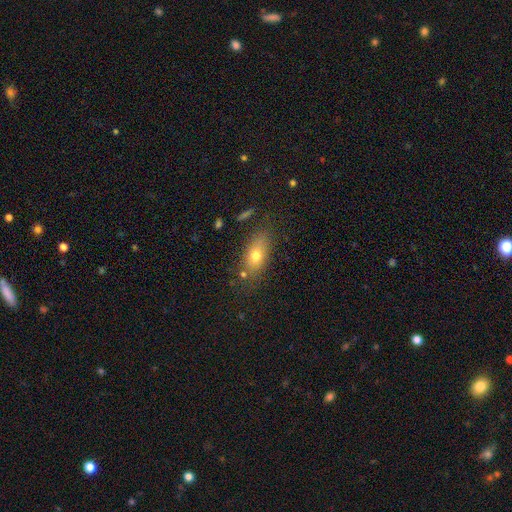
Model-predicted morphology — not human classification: smooth-or-featured: smooth: 72% | featured or disk: 17% | star or artifact: 10%
  how-rounded: in between: 77% | round: 12% | cigar-shaped: 11%
  merging: none: 73% | minor disturbance: 17% | major disturbance: 6% | merger: 5%